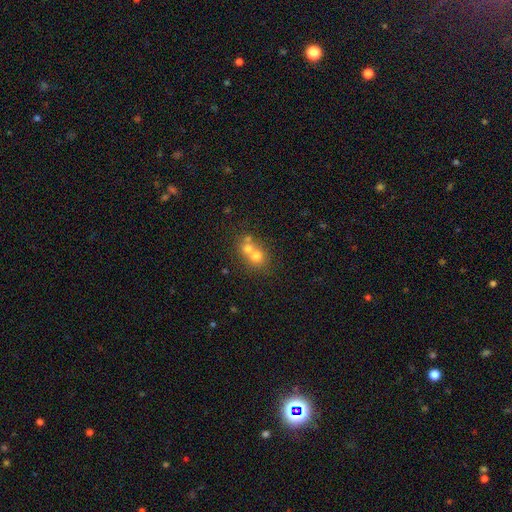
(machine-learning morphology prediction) type=smooth (66%); roundness=round (77%); merging=merger (61%).